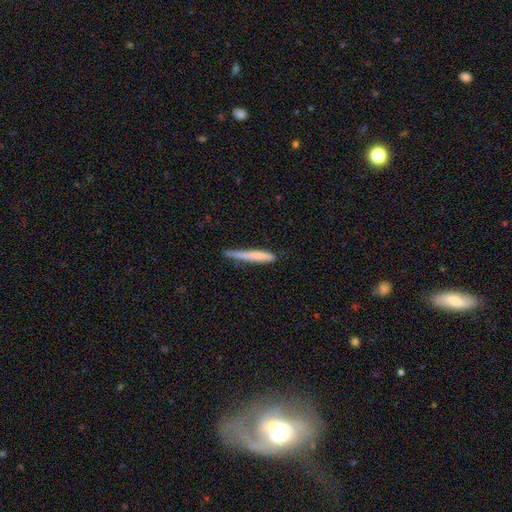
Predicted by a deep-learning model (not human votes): Smooth or featured: smooth — 68% (featured or disk — 26%)
How rounded: cigar-shaped — 96% (in between — 3%)
Merging: none — 67% (minor disturbance — 26%)